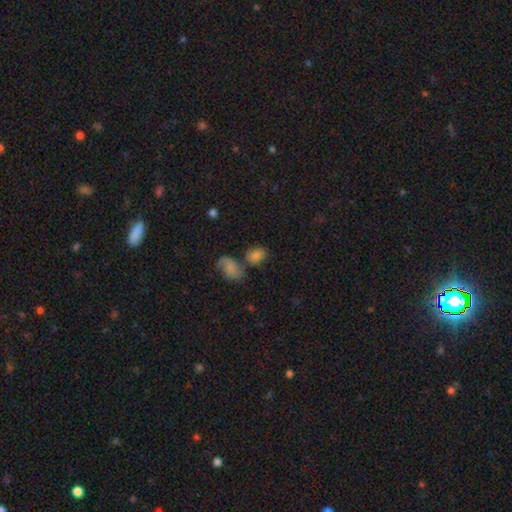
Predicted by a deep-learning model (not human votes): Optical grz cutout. It shows a smooth galaxy with no disk features (79%) that is in between round and cigar-shaped (64%). Merging: none (54%).